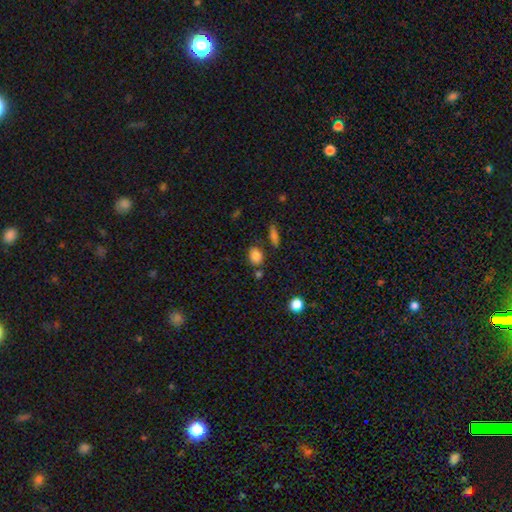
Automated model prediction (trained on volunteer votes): smooth_or_featured: smooth (p=0.82) [alt: star or artifact p=0.12]
how_rounded: in between (p=0.60) [alt: round p=0.38]
merging: none (p=0.71) [alt: minor disturbance p=0.14]